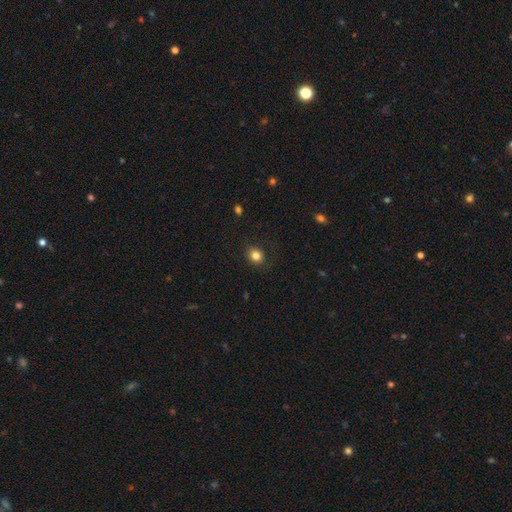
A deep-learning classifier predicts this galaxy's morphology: smooth 83%, star or artifact 11%, featured or disk 6%. Down the decision tree: how rounded — round (68%); merging — none (86%).